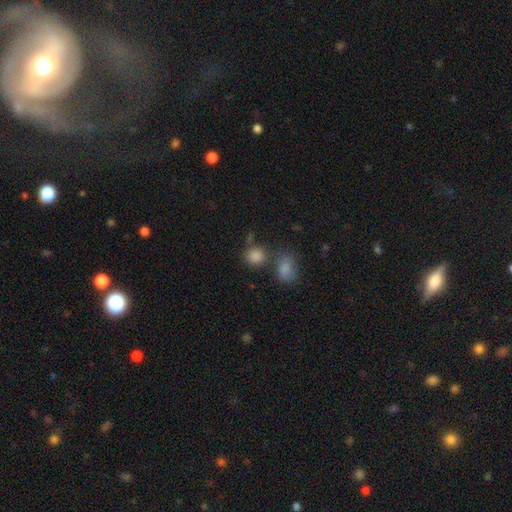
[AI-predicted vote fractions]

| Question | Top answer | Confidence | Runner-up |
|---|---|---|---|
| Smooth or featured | smooth | 81% | star or artifact (13%) |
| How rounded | round | 73% | in between (26%) |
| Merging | none | 57% | merger (27%) |